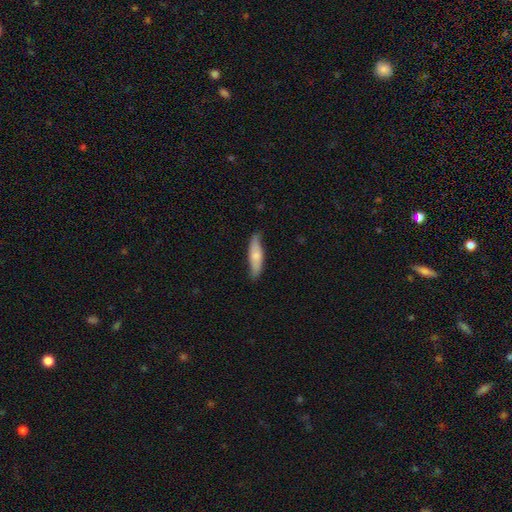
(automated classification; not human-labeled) Smooth or featured: smooth — 69% (featured or disk — 26%)
How rounded: cigar-shaped — 63% (in between — 36%)
Merging: none — 76% (minor disturbance — 19%)